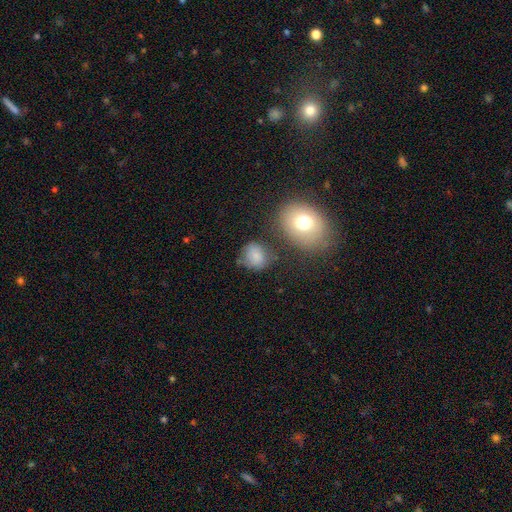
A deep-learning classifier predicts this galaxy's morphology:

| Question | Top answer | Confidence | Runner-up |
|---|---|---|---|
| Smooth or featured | smooth | 78% | star or artifact (11%) |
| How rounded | round | 68% | in between (30%) |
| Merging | none | 62% | minor disturbance (21%) |